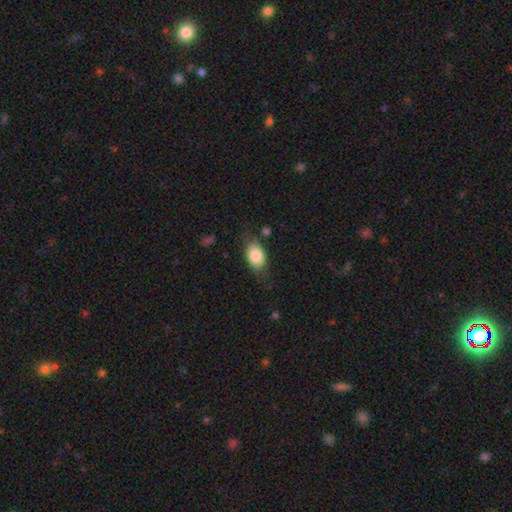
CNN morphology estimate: Q: Smooth or featured?
A: smooth (83%); runner-up: featured or disk (10%)
Q: How rounded?
A: in between (85%); runner-up: round (13%)
Q: Merging?
A: none (68%); runner-up: minor disturbance (22%)